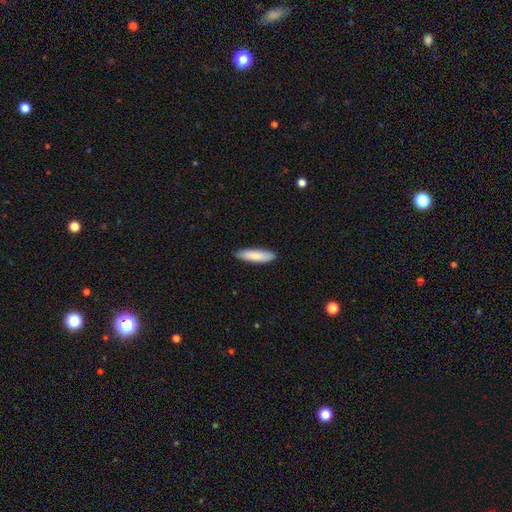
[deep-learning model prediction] smooth 86%, featured or disk 9%, star or artifact 5%. Down the decision tree: how rounded — cigar-shaped (70%); merging — none (89%).